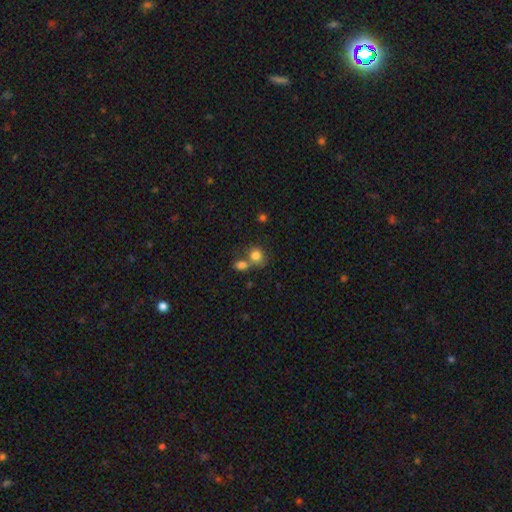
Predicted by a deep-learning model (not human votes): Smooth or featured? Predicted: smooth (p=0.82). How rounded? Predicted: round (p=0.68). Merging? Predicted: none (p=0.43).